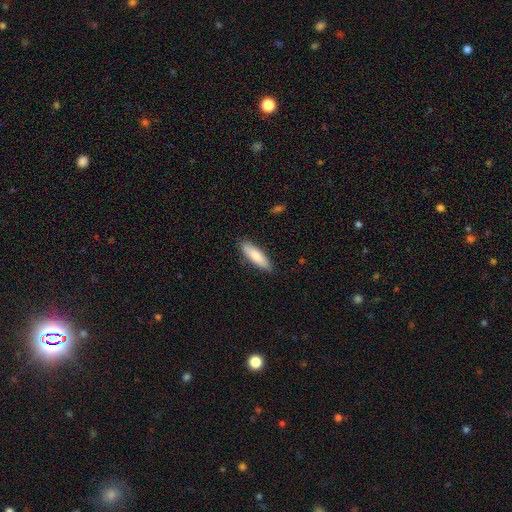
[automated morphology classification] smooth 79%, featured or disk 16%, star or artifact 6%. Down the decision tree: how rounded — cigar-shaped (51%); merging — none (86%).